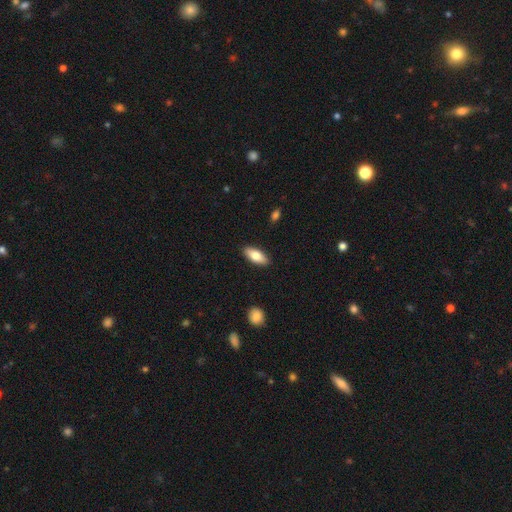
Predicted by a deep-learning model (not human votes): Morphology: type=smooth (76%); roundness=in between (80%); merging=none (89%).